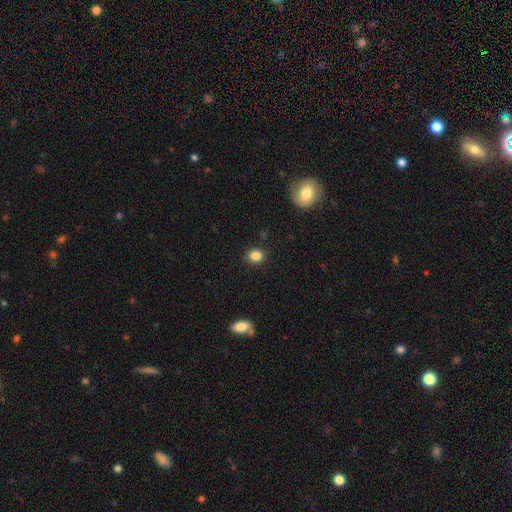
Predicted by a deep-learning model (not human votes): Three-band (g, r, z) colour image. It shows a smooth galaxy with no disk features (84%) that is round (66%). Merging: none (88%).